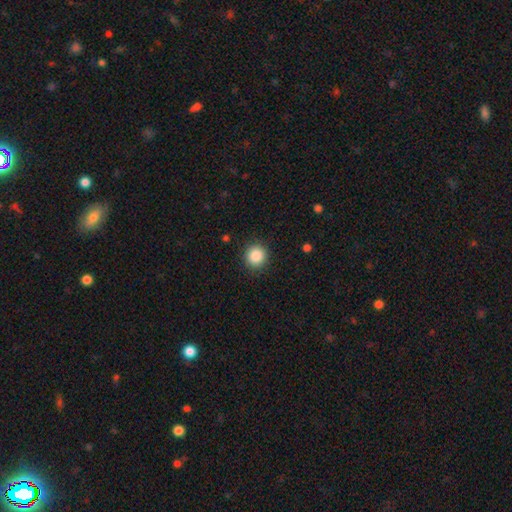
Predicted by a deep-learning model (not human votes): The model was most divided on "smooth or featured": smooth: 87%, star or artifact: 9%, featured or disk: 3%. More confident: how rounded — round (93%); merging — none (90%).